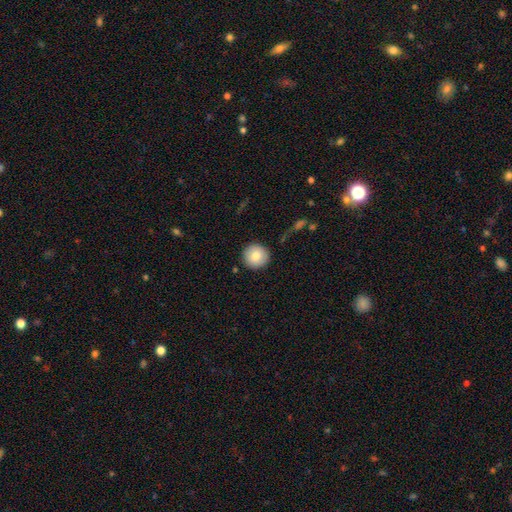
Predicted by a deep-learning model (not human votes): Smooth or featured: smooth — 80% (featured or disk — 12%)
How rounded: round — 95% (in between — 4%)
Merging: none — 89% (minor disturbance — 7%)